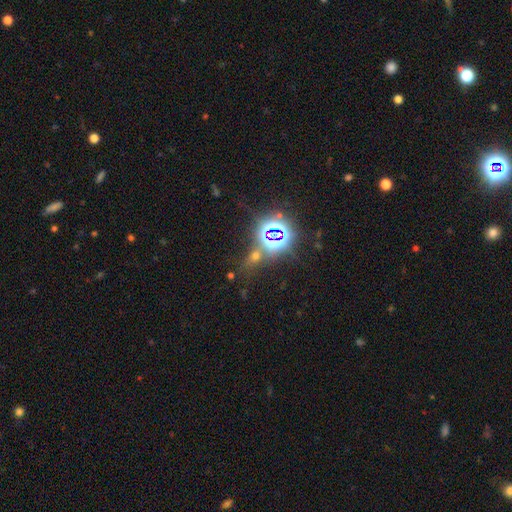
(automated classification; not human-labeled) This appears to be a star or artifact, not a galaxy (65%).